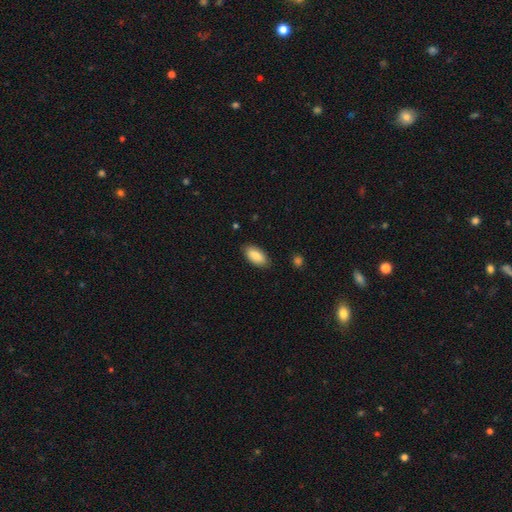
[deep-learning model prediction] The model was most divided on "merging": none: 85%, minor disturbance: 12%, major disturbance: 2%, merger: 1%. More confident: how rounded — in between (93%); smooth or featured — smooth (85%).